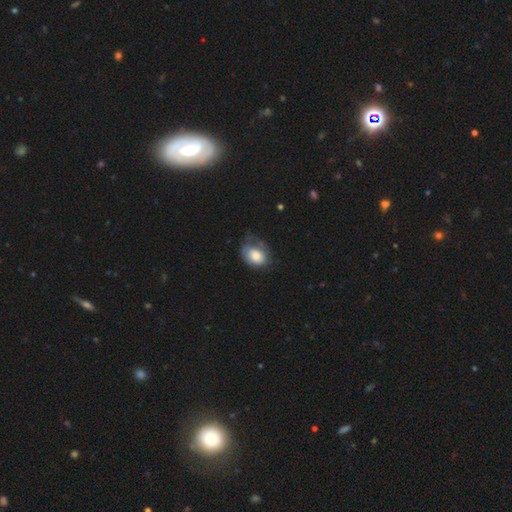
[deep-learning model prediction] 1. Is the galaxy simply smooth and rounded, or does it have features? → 72% smooth, 20% featured or disk, 7% star or artifact.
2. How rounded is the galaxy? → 73% in between, 26% round, 1% cigar-shaped.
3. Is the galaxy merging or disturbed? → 39% none, 34% minor disturbance, 25% major disturbance, 2% merger.